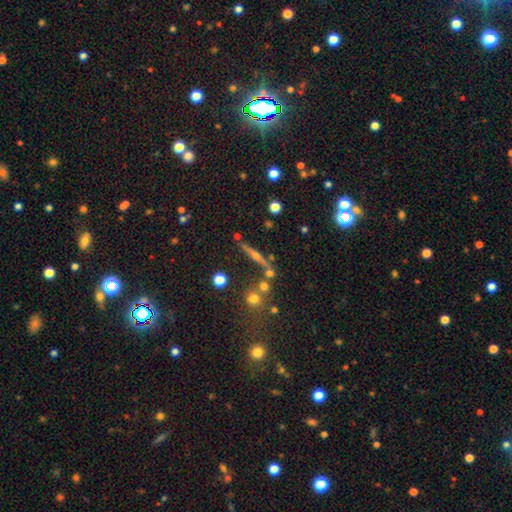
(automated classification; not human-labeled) Smooth or featured: featured or disk — 65% (smooth — 21%)
Edge-on disk: yes — 92% (no — 8%)
Edge-on bulge: rounded — 87% (none — 8%)
Merging: none — 72% (merger — 12%)